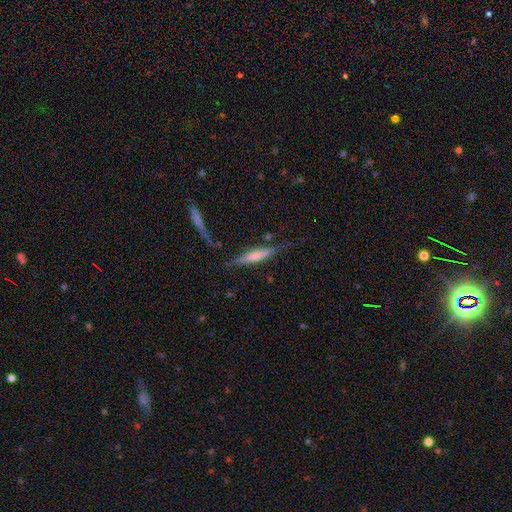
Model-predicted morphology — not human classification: This appears to be a featured or disk galaxy (48%). Merging: none (68%).